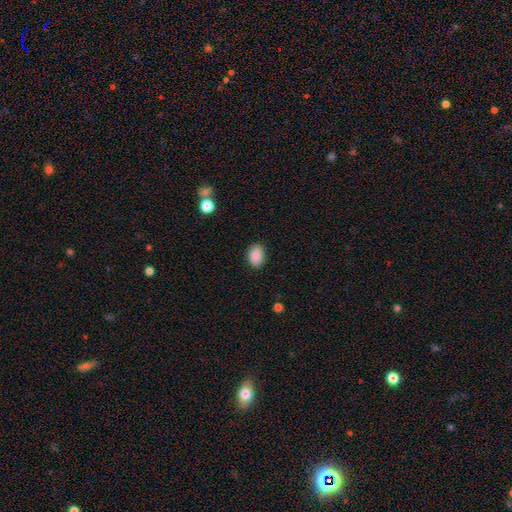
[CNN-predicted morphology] Q: Smooth or featured?
A: smooth (88%); runner-up: star or artifact (7%)
Q: How rounded?
A: in between (85%); runner-up: round (14%)
Q: Merging?
A: none (86%); runner-up: minor disturbance (10%)